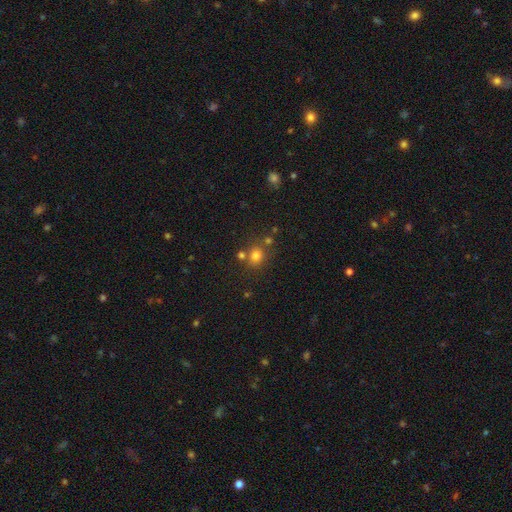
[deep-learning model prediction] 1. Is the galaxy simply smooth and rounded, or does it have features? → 76% smooth, 16% star or artifact, 8% featured or disk.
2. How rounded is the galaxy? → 77% round, 22% in between, 1% cigar-shaped.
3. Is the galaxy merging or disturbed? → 68% none, 17% merger, 11% minor disturbance, 4% major disturbance.